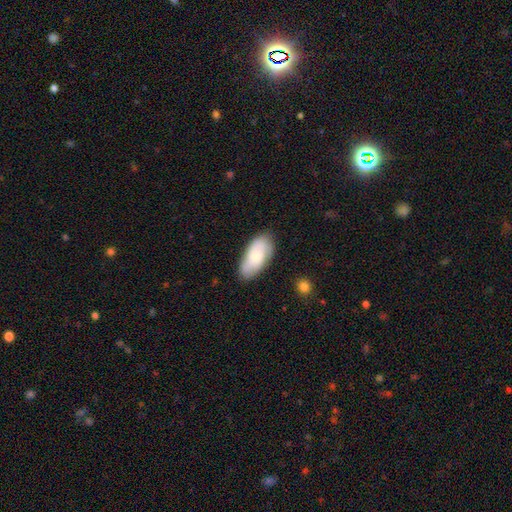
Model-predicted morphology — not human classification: type=smooth (66%); roundness=in between (91%); merging=none (75%).